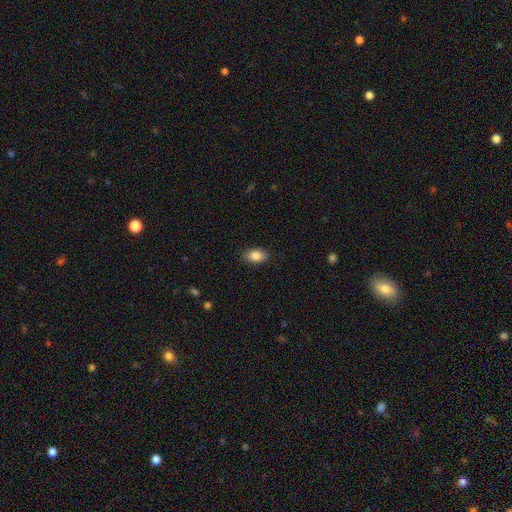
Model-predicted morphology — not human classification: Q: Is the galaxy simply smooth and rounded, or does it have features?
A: smooth — 86%.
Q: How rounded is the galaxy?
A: in between — 87%.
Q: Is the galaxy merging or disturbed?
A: none — 87%.